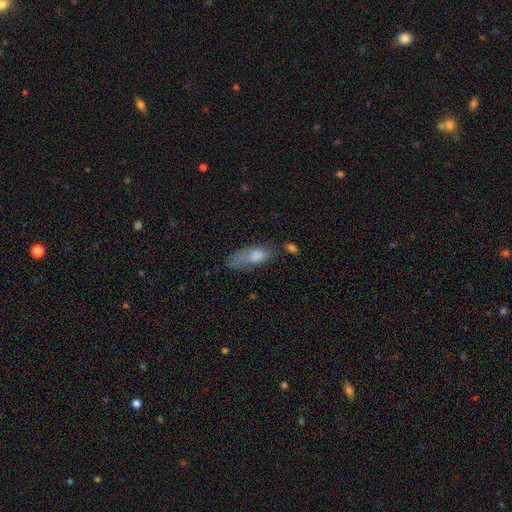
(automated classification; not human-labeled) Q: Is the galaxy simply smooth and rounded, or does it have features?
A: smooth — 70%.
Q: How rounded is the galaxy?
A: in between — 72%.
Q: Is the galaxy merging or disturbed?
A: none — 40%.